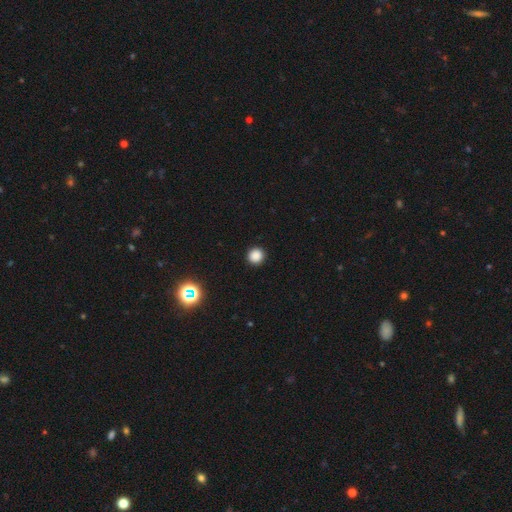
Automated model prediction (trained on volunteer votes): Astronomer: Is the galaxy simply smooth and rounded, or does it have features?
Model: smooth — 85%.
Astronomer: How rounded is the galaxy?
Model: round — 95%.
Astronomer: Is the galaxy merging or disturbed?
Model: none — 93%.